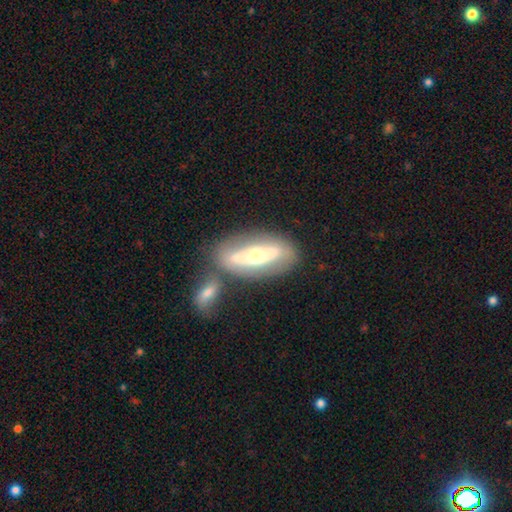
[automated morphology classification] A featured or disk galaxy (59%).

Vote fractions:
- Smooth or featured? featured or disk: 59% / smooth: 35% / star or artifact: 6%
- Edge-on disk? no: 67% / yes: 33%
- Merging? none: 58% / merger: 23% / minor disturbance: 13% / major disturbance: 6%